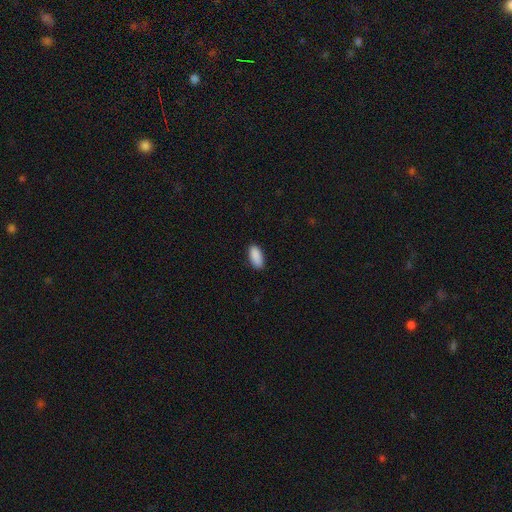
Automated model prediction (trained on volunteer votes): The model was most divided on "merging": none: 87%, minor disturbance: 10%, major disturbance: 2%, merger: 1%. More confident: smooth or featured — smooth (91%); how rounded — in between (89%).